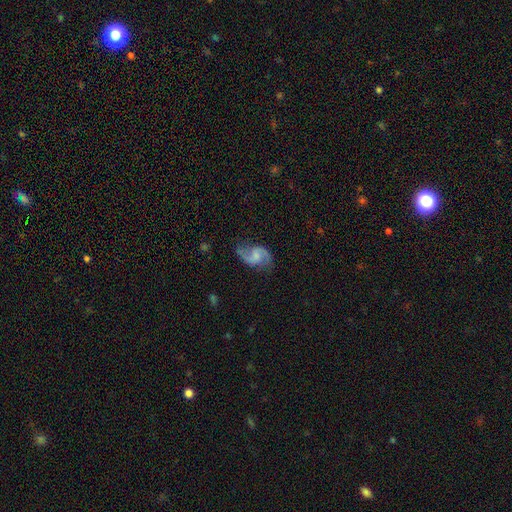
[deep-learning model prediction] smooth_or_featured: featured or disk (p=0.83) [alt: smooth p=0.11]
disk_edge_on: no (p=0.98) [alt: yes p=0.02]
bar: weak (p=0.48) [alt: no p=0.42]
has_spiral_arms: yes (p=0.96) [alt: no p=0.04]
spiral_winding: loose (p=0.55) [alt: medium p=0.37]
spiral_arm_count: 2 (p=0.92) [alt: can't tell p=0.02]
bulge_size: none (p=0.39) [alt: small p=0.33]
merging: none (p=0.72) [alt: minor disturbance p=0.18]